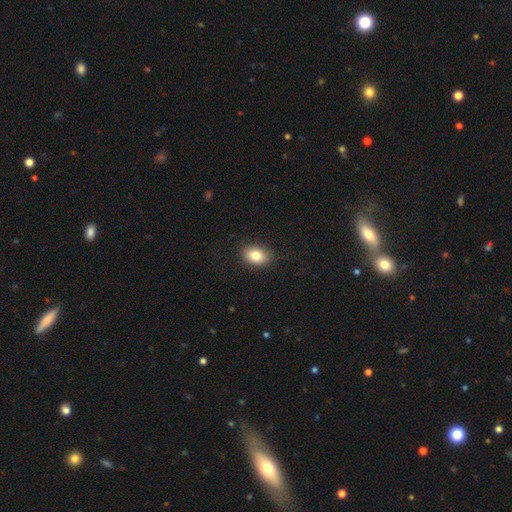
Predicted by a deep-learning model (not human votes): This is clearly a smooth galaxy (83%). How rounded: likely in between (79%). Merging: clearly none (86%).